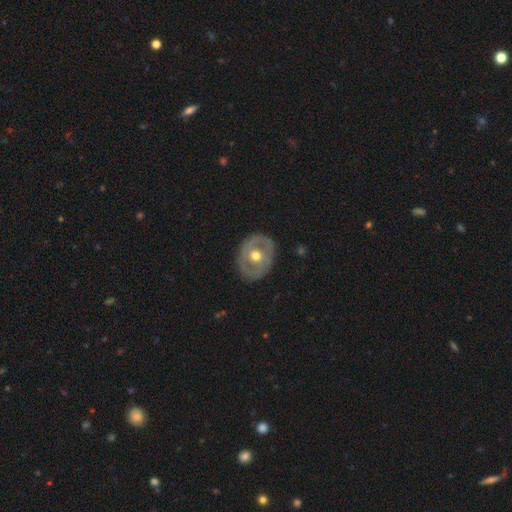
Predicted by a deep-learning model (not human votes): Q: Smooth or featured?
A: featured or disk (63%); runner-up: smooth (31%)
Q: Edge-on disk?
A: no (94%); runner-up: yes (6%)
Q: Bar?
A: no (76%); runner-up: weak (16%)
Q: Spiral arms?
A: no (79%); runner-up: yes (21%)
Q: Bulge size?
A: moderate (80%); runner-up: small (11%)
Q: Merging?
A: none (83%); runner-up: minor disturbance (12%)